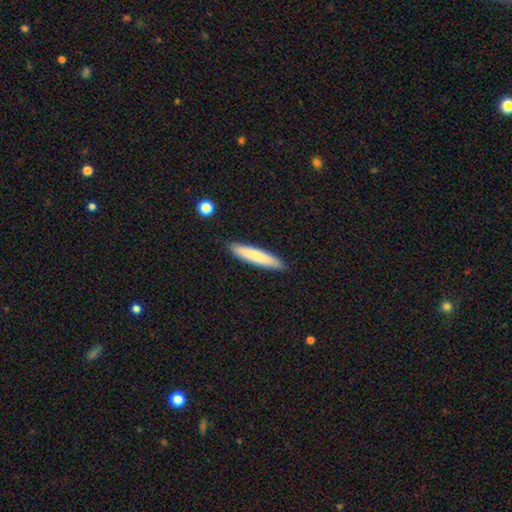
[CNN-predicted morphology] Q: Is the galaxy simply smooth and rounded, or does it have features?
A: smooth — 75%.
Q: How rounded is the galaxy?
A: cigar-shaped — 89%.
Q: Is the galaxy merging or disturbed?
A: none — 90%.